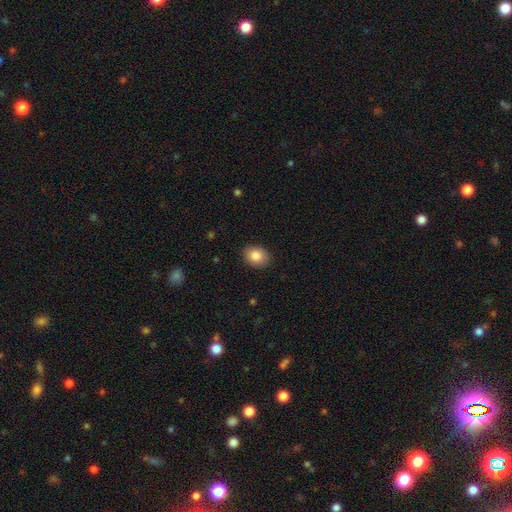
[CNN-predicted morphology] Smooth or featured? Predicted: smooth (p=0.87). How rounded? Predicted: in between (p=0.61). Merging? Predicted: none (p=0.88).